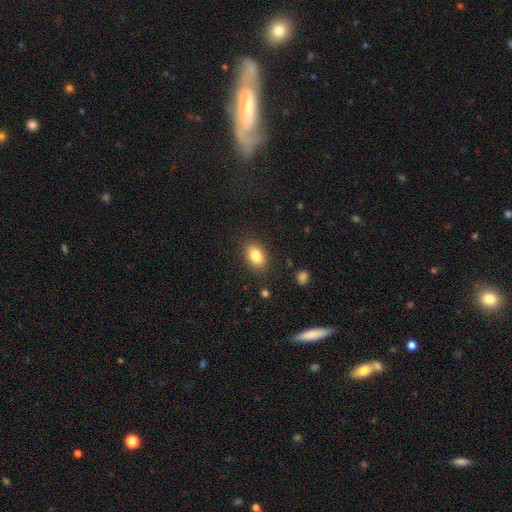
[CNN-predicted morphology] smooth_or_featured: smooth (p=0.84) [alt: star or artifact p=0.09]
how_rounded: in between (p=0.81) [alt: round p=0.17]
merging: none (p=0.86) [alt: minor disturbance p=0.10]